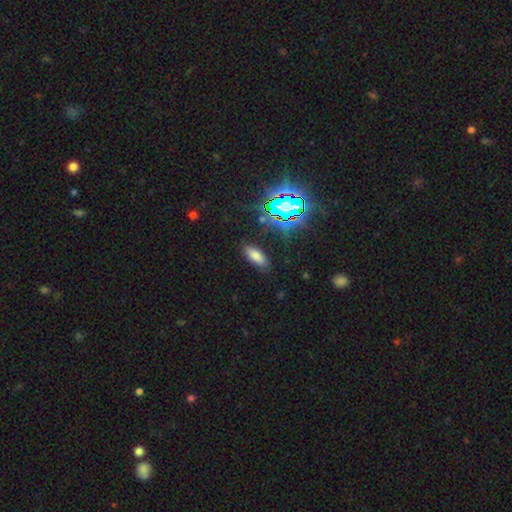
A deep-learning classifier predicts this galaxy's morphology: smooth_or_featured: smooth (p=0.69) [alt: star or artifact p=0.22]
how_rounded: in between (p=0.80) [alt: cigar-shaped p=0.17]
merging: none (p=0.85) [alt: minor disturbance p=0.10]